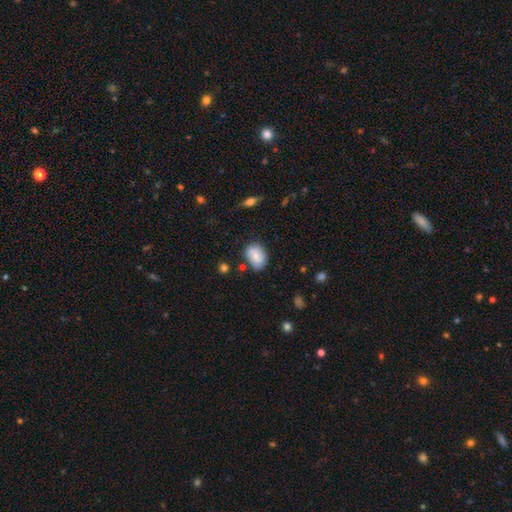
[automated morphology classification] The model was most divided on "smooth or featured": smooth: 65%, featured or disk: 27%, star or artifact: 8%. More confident: how rounded — in between (72%); merging — none (67%).